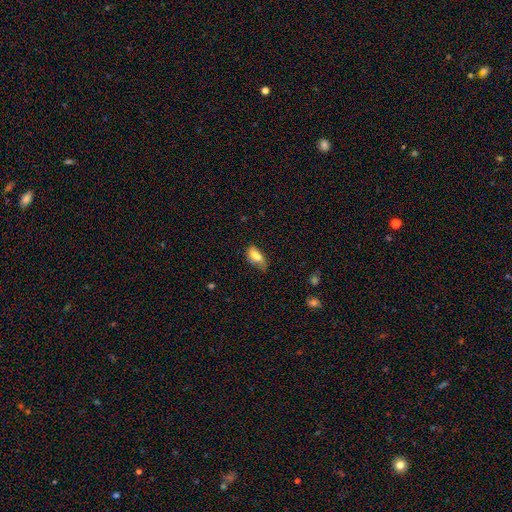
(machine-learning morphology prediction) The model was most divided on "merging": none: 31%, minor disturbance: 30%, merger: 22%, major disturbance: 18%. More confident: how rounded — in between (85%); smooth or featured — smooth (70%).